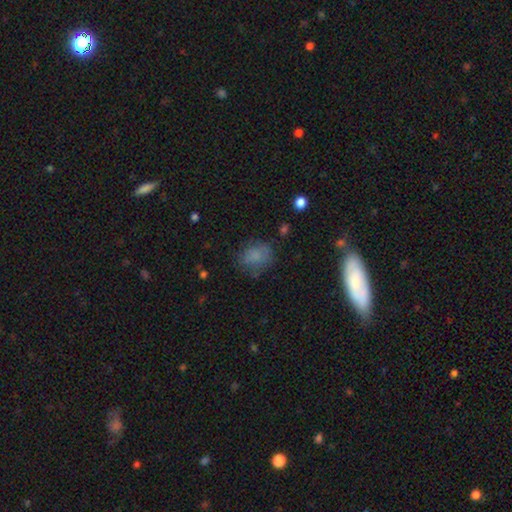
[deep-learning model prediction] smooth 76%, star or artifact 13%, featured or disk 11%. Down the decision tree: how rounded — in between (50%); merging — none (66%).